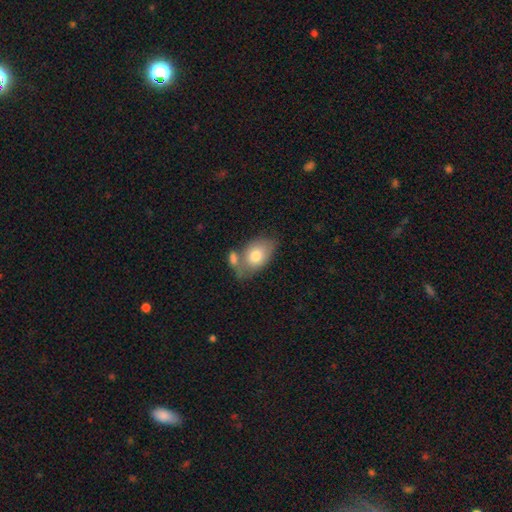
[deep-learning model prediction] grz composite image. It shows a smooth galaxy with no disk features (75%) that is in between round and cigar-shaped (88%). Merging: none (43%).